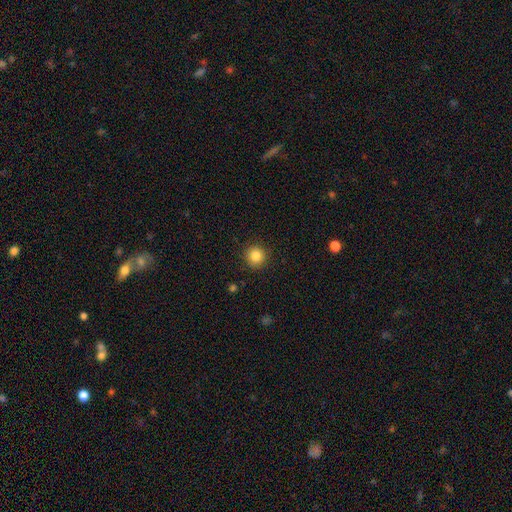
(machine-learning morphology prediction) Overall: smooth (85%). How rounded: round (94%). Merging: none (90%).